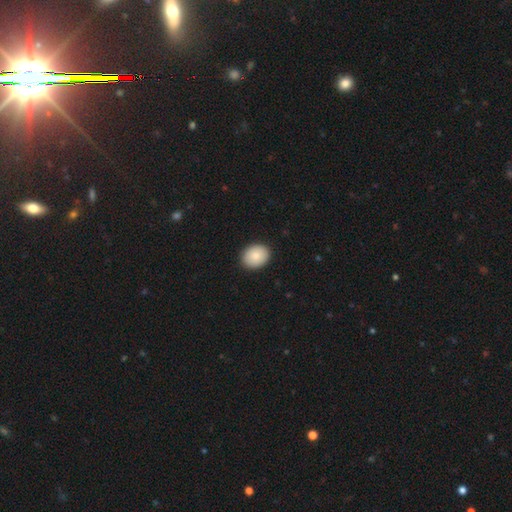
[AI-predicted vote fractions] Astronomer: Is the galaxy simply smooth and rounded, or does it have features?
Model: smooth — 87%.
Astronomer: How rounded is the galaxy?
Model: in between — 55% (runner-up: round, 44%).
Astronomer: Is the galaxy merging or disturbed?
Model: none — 90%.